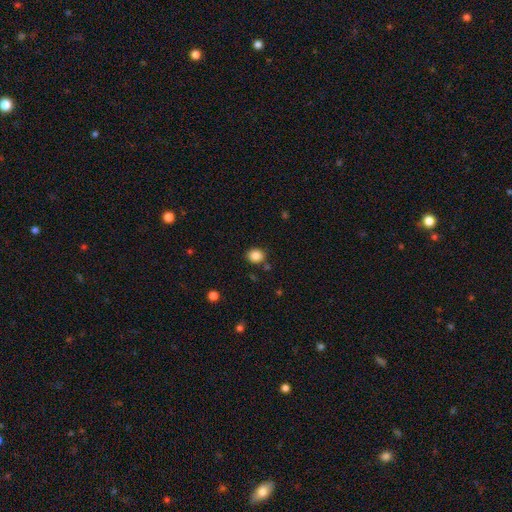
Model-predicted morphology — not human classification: The model was most divided on "how rounded": round: 69%, in between: 30%, cigar-shaped: 1%. More confident: smooth or featured — smooth (85%); merging — none (84%).